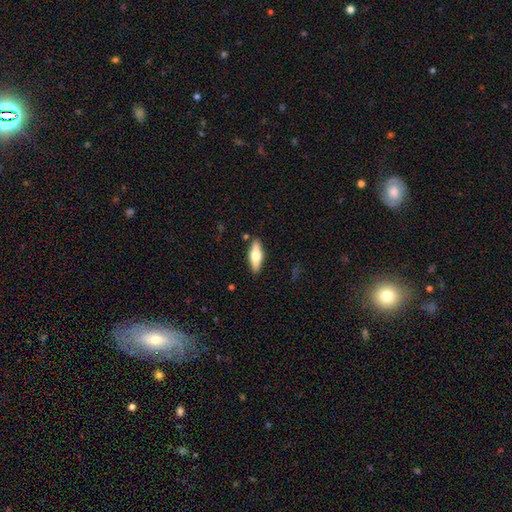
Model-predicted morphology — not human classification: Smooth or featured? smooth (51%)
How rounded? in between (56%)
Merging? none (87%)